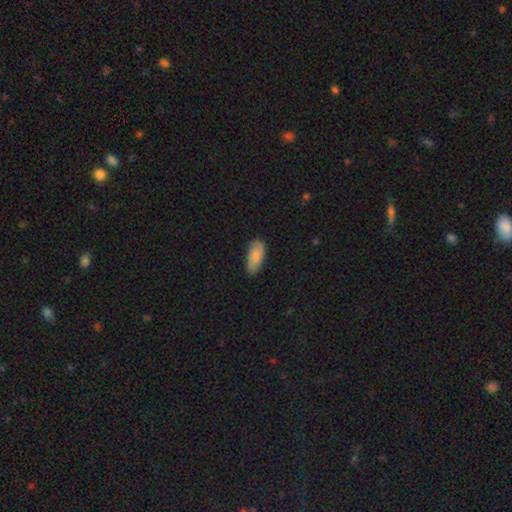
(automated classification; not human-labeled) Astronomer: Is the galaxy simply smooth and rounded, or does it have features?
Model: smooth — 72%.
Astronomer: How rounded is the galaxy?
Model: in between — 89%.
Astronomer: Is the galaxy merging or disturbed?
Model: none — 79%.